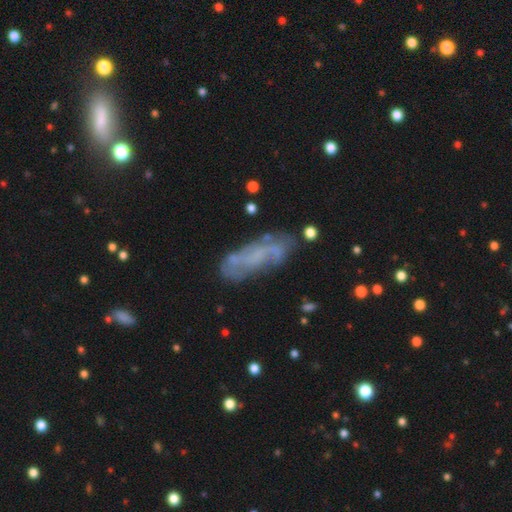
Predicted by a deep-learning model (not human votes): Smooth or featured? featured or disk (51%)
Edge-on disk? no (77%)
Merging? none (68%)